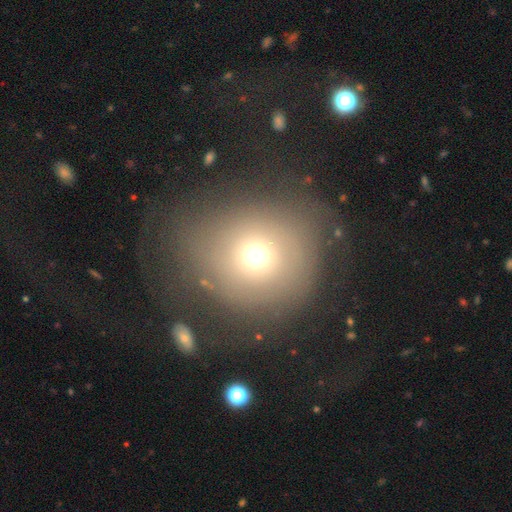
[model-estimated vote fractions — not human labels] Morphology: type=smooth (65%); roundness=round (83%); merging=none (65%).